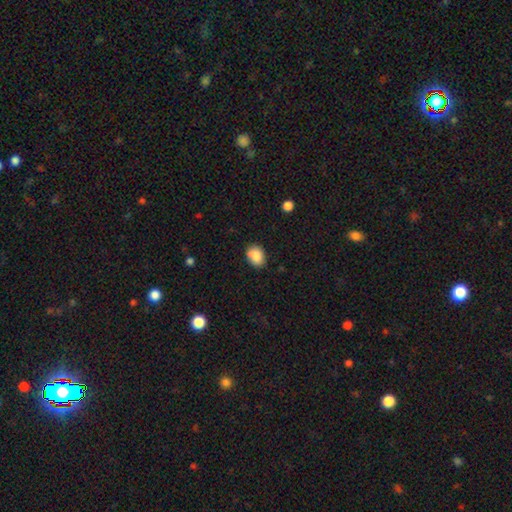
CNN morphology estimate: Q: Smooth or featured?
A: smooth (86%); runner-up: star or artifact (8%)
Q: How rounded?
A: in between (58%); runner-up: round (41%)
Q: Merging?
A: none (79%); runner-up: minor disturbance (16%)